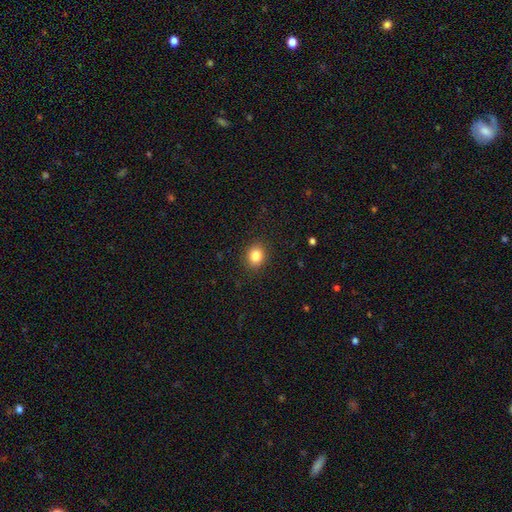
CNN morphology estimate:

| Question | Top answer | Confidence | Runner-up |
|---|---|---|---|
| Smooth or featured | smooth | 85% | star or artifact (10%) |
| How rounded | round | 62% | in between (37%) |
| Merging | none | 89% | minor disturbance (7%) |